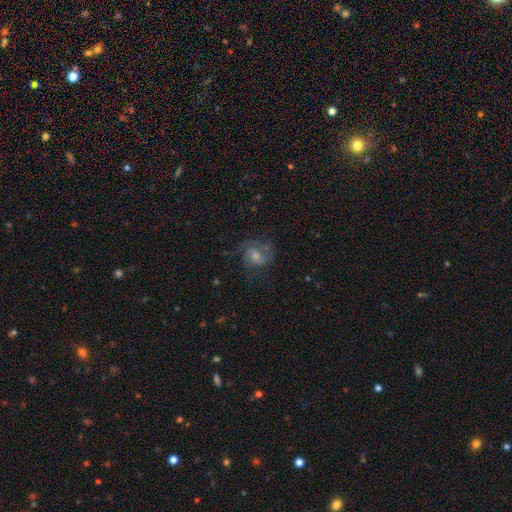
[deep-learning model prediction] Smooth or featured? Predicted: featured or disk (p=0.59). Edge-on disk? Predicted: no (p=0.97). Bar? Predicted: no (p=0.60). Spiral arms? Predicted: yes (p=0.87). Bulge size? Predicted: moderate (p=0.49). Merging? Predicted: none (p=0.65).